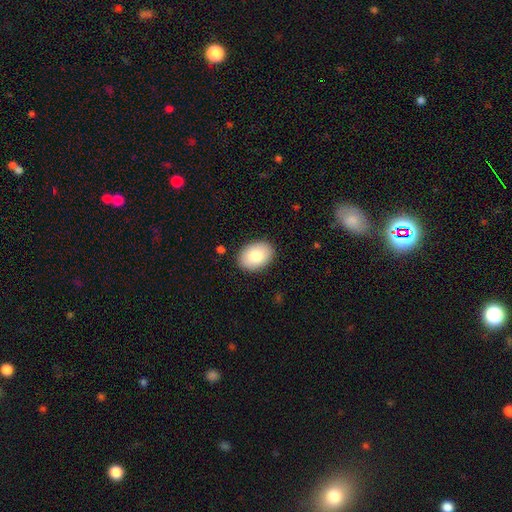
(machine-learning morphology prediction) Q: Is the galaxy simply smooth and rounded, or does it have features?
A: smooth — 82%.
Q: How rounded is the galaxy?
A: in between — 82%.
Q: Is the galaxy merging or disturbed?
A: none — 89%.